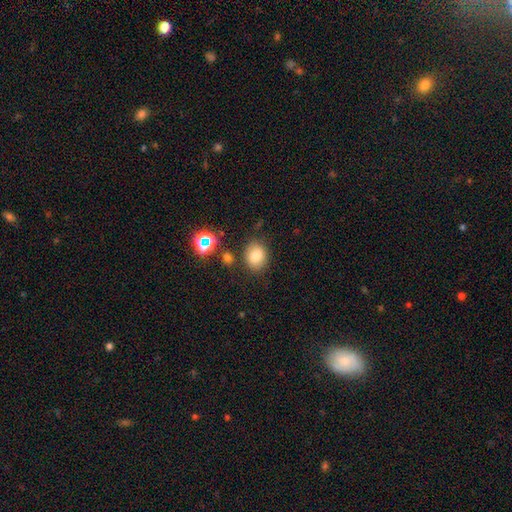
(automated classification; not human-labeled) A smooth galaxy with no disk features (79%) that is round (50%).

Vote fractions:
- Smooth or featured? smooth: 79% / star or artifact: 13% / featured or disk: 8%
- How rounded? round: 50% / in between: 49% / cigar-shaped: 1%
- Merging? none: 79% / minor disturbance: 12% / merger: 5% / major disturbance: 4%